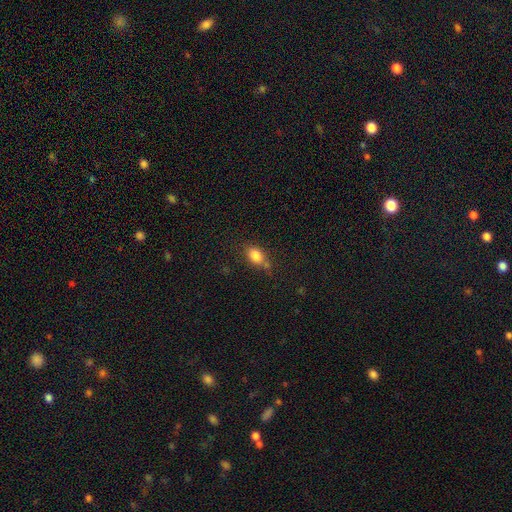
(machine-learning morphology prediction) smooth-or-featured: smooth: 83% | star or artifact: 10% | featured or disk: 7%
  how-rounded: in between: 80% | round: 17% | cigar-shaped: 3%
  merging: none: 61% | minor disturbance: 23% | merger: 9% | major disturbance: 7%